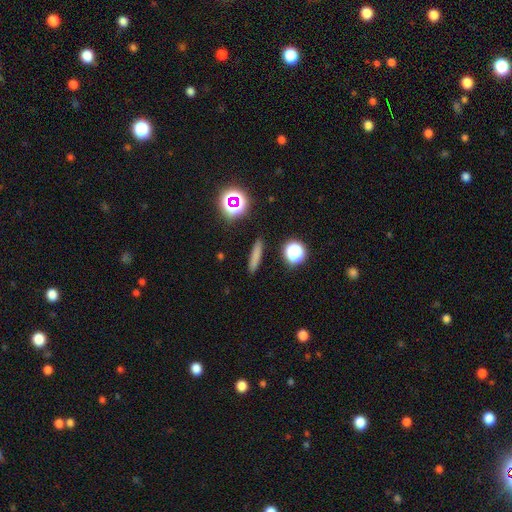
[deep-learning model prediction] Smooth or featured? Predicted: smooth (p=0.74). How rounded? Predicted: cigar-shaped (p=0.84). Merging? Predicted: none (p=0.89).